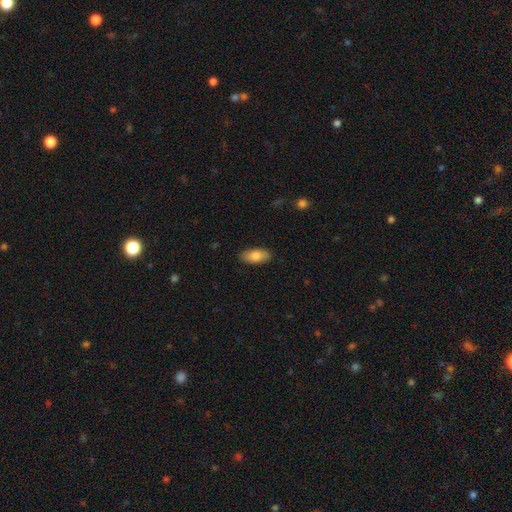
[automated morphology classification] type=smooth (82%); roundness=in between (90%); merging=none (89%).